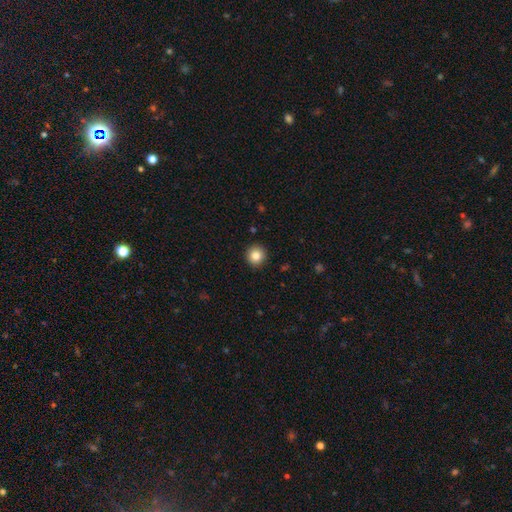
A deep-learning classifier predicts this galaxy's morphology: smooth 84%, star or artifact 10%, featured or disk 6%. Down the decision tree: how rounded — round (94%); merging — none (92%).